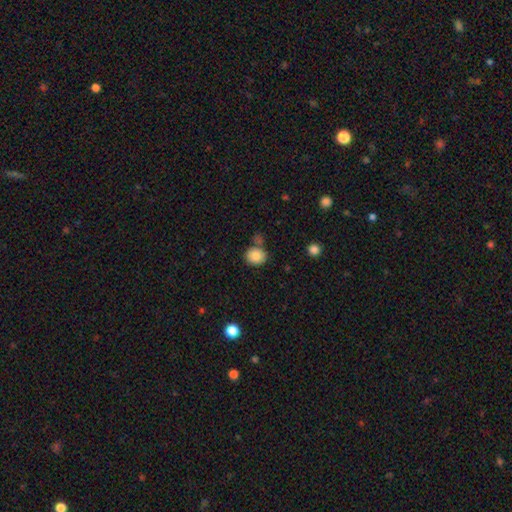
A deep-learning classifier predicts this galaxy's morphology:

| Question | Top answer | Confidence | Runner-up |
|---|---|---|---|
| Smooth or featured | smooth | 85% | star or artifact (9%) |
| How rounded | round | 71% | in between (29%) |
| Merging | none | 68% | merger (15%) |